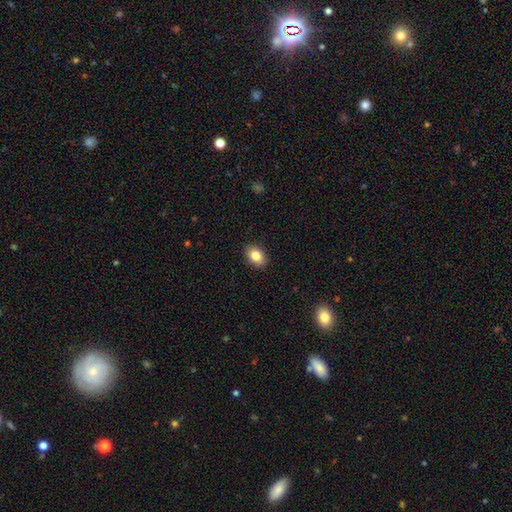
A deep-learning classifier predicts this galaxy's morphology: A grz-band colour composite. It shows a smooth galaxy with no disk features (85%) that is in between round and cigar-shaped (82%). Merging: none (90%).